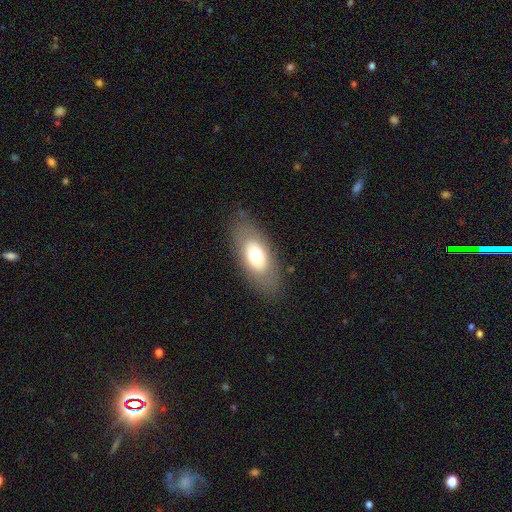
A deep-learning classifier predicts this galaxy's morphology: smooth-or-featured: smooth: 65% | featured or disk: 27% | star or artifact: 8%
  how-rounded: in between: 89% | cigar-shaped: 6% | round: 5%
  merging: none: 82% | minor disturbance: 12% | major disturbance: 5% | merger: 1%